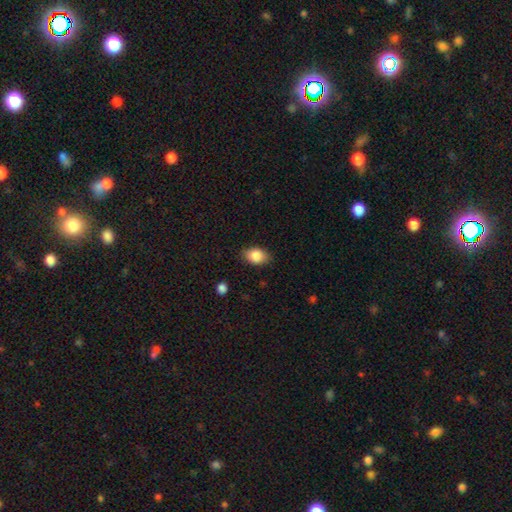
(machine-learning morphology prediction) A smooth galaxy with no disk features (86%) that is in between round and cigar-shaped (80%). Merging: none (82%).